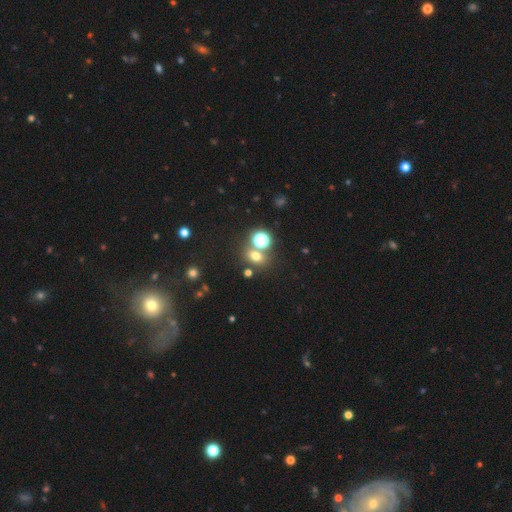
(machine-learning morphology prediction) Overall: smooth (64%; star or artifact 27%). How rounded: round (56%; in between 43%). Merging: none (67%).